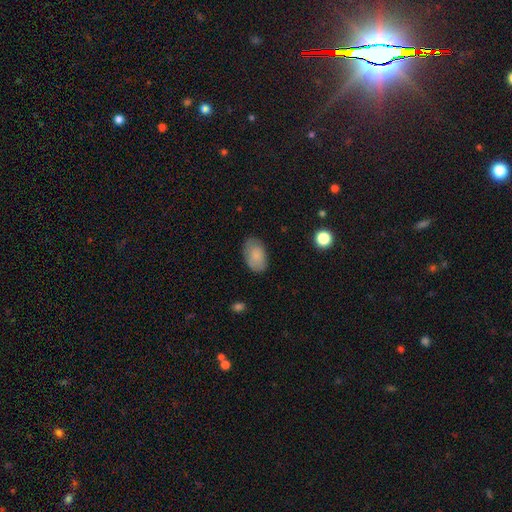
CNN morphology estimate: A smooth galaxy with no disk features (82%) that is in between round and cigar-shaped (91%). Merging: none (77%).